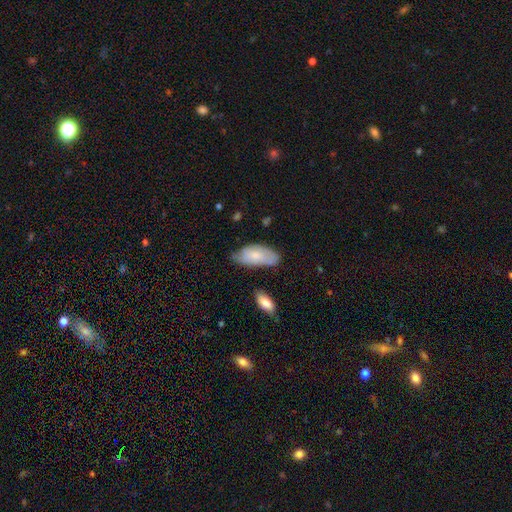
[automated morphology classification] Smooth or featured? smooth (66%)
How rounded? in between (92%)
Merging? none (56%)